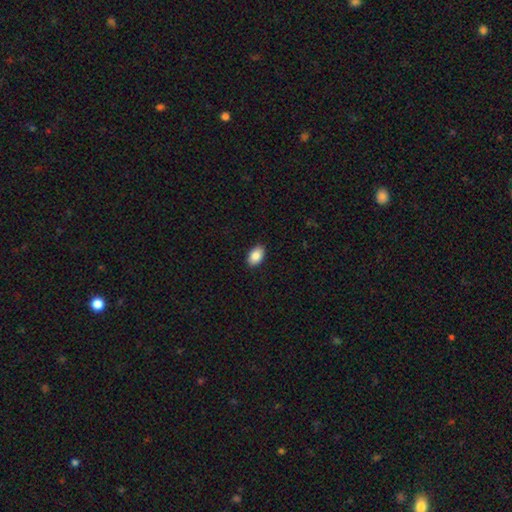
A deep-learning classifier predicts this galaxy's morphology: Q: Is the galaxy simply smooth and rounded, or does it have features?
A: smooth — 87%.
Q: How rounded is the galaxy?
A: in between — 91%.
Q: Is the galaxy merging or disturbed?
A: none — 89%.